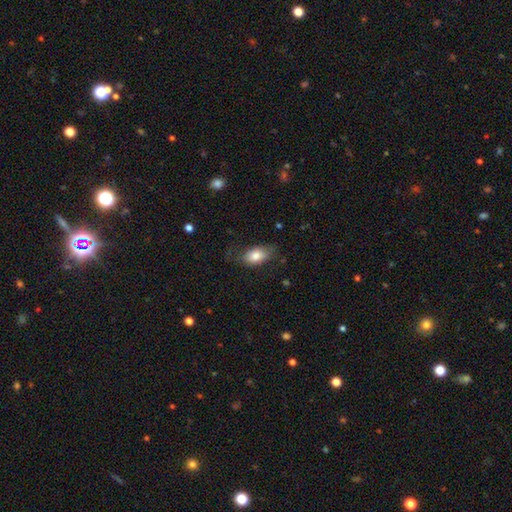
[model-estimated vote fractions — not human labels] Smooth or featured? Predicted: smooth (p=0.80). How rounded? Predicted: in between (p=0.88). Merging? Predicted: none (p=0.64).